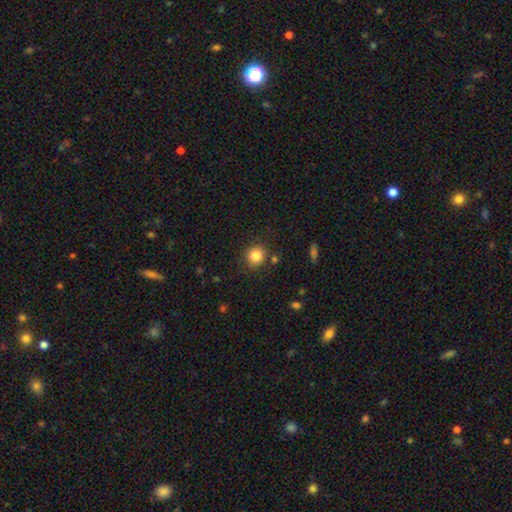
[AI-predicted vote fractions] Smooth or featured? Predicted: smooth (p=0.83). How rounded? Predicted: round (p=0.87). Merging? Predicted: none (p=0.85).